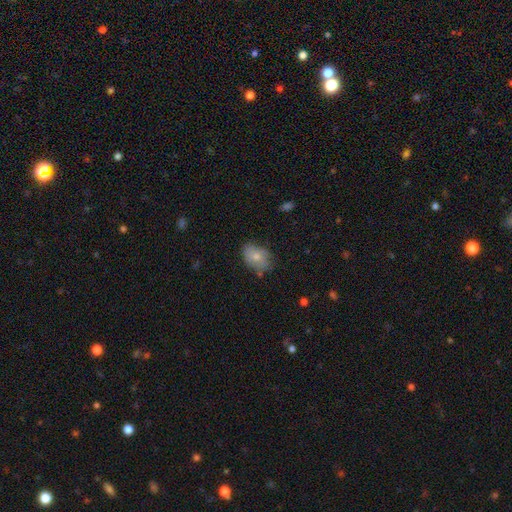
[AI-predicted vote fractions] Morphology: type=smooth (66%); roundness=in between (78%); merging=none (72%).